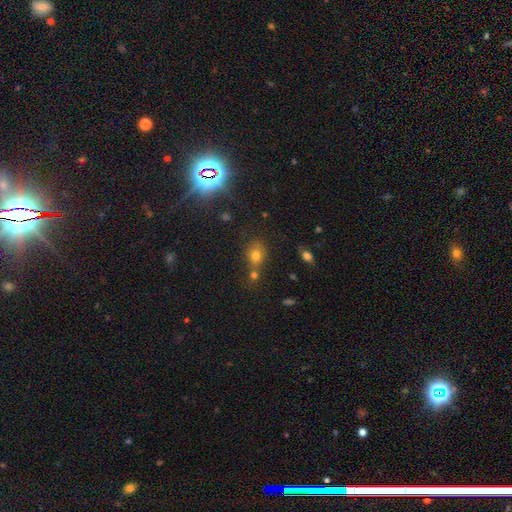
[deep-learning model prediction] Smooth or featured: smooth — 71% (star or artifact — 19%)
How rounded: round — 51% (in between — 48%)
Merging: none — 54% (merger — 28%)